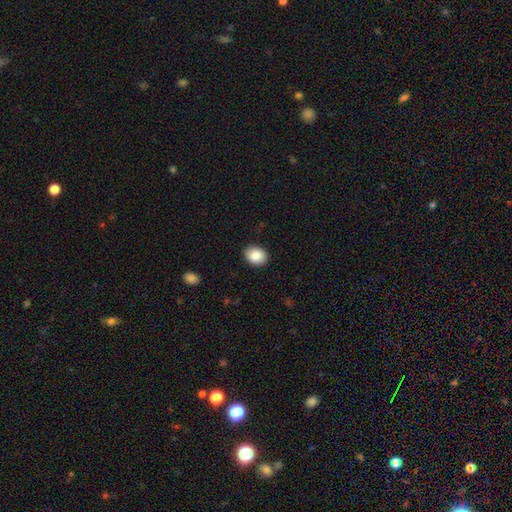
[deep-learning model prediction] Smooth or featured? smooth (87%)
How rounded? in between (56%)
Merging? none (90%)